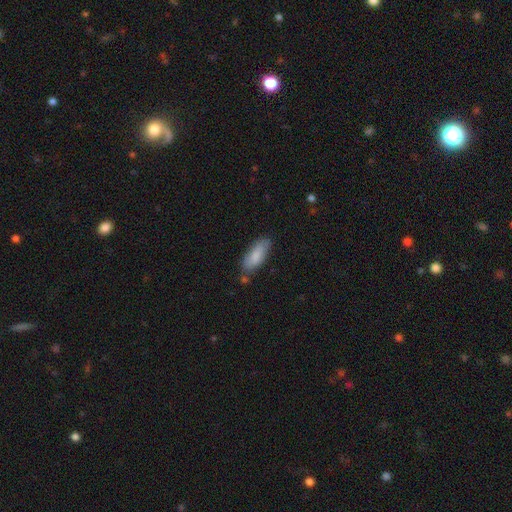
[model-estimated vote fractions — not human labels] This appears to be a smooth galaxy with no disk features (83%) that is in between round and cigar-shaped (70%). Merging: none (72%).